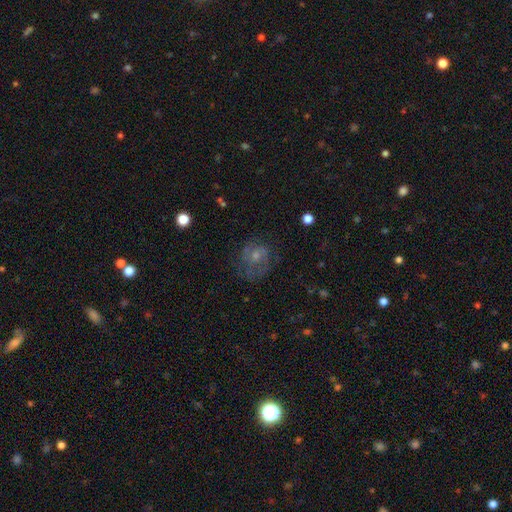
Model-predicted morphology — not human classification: featured or disk 53%, smooth 36%, star or artifact 12%. Down the decision tree: edge-on disk — no (97%); bar — no (71%); spiral arms — yes (72%); bulge size — small (46%); merging — none (57%).